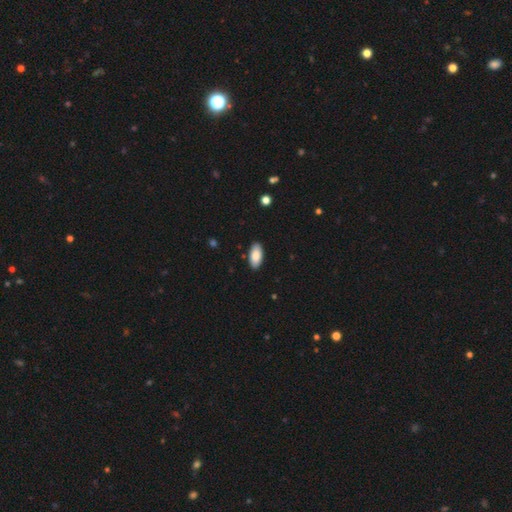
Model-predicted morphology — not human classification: smooth_or_featured: smooth (p=0.86) [alt: featured or disk p=0.08]
how_rounded: in between (p=0.93) [alt: cigar-shaped p=0.05]
merging: none (p=0.89) [alt: minor disturbance p=0.08]